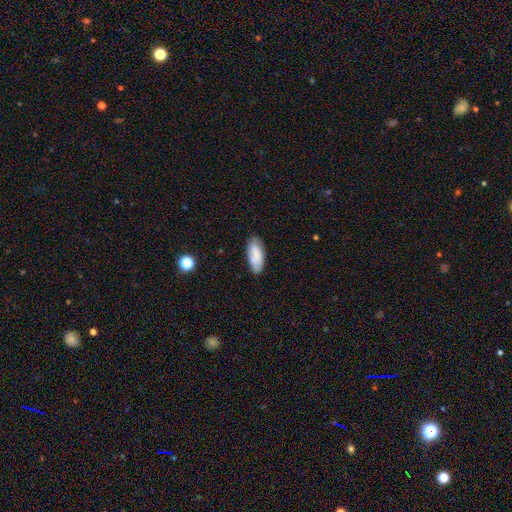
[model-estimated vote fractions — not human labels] Q: Smooth or featured?
A: smooth (80%); runner-up: featured or disk (13%)
Q: How rounded?
A: in between (82%); runner-up: cigar-shaped (17%)
Q: Merging?
A: none (81%); runner-up: minor disturbance (15%)